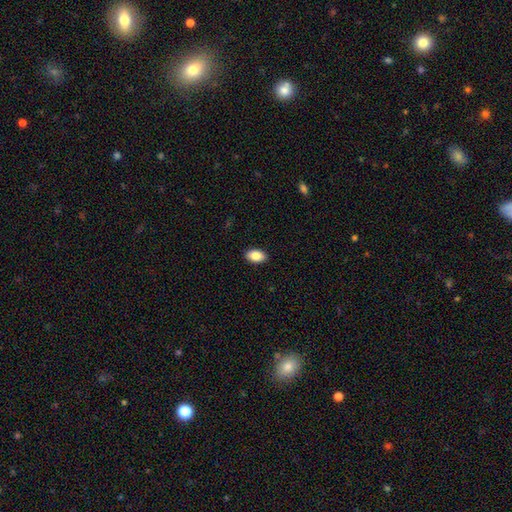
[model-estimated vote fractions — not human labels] This is clearly a smooth galaxy (87%). How rounded: clearly in between (93%). Merging: clearly none (90%).